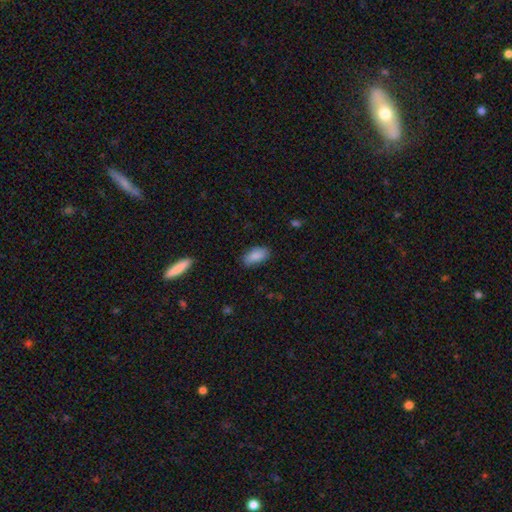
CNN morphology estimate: This is clearly a smooth galaxy (87%). How rounded: clearly in between (92%). Merging: clearly none (80%).